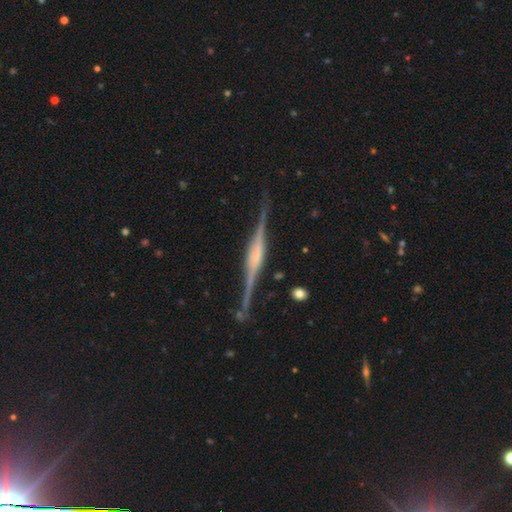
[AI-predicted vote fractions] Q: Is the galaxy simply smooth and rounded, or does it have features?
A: featured or disk — 87%.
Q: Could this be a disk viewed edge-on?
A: yes — 98%.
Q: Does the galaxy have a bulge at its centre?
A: rounded — 51%.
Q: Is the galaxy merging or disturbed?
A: none — 86%.